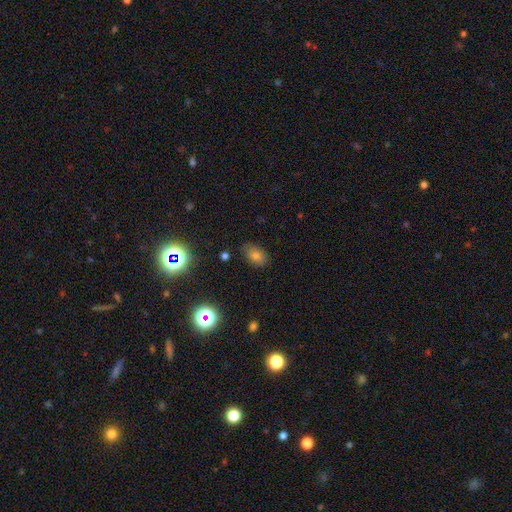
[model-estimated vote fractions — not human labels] Smooth or featured? Predicted: smooth (p=0.72). How rounded? Predicted: in between (p=0.84). Merging? Predicted: none (p=0.77).